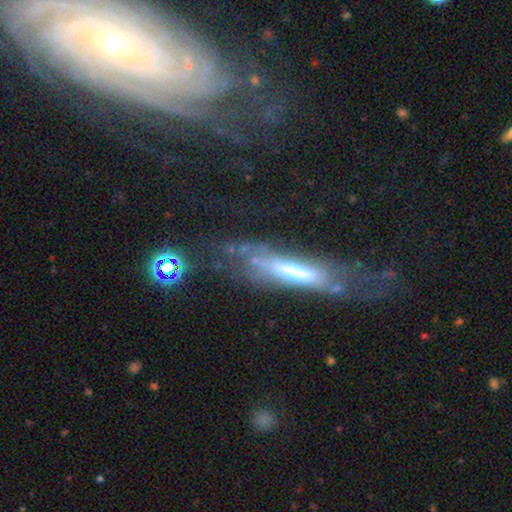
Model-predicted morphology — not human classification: Smooth or featured?
  - featured or disk: 69% *
  - smooth: 21%
  - star or artifact: 10%
Edge-on disk?
  - no: 51% *
  - yes: 49%
Merging?
  - none: 53% *
  - minor disturbance: 23%
  - major disturbance: 20%
  - merger: 5%